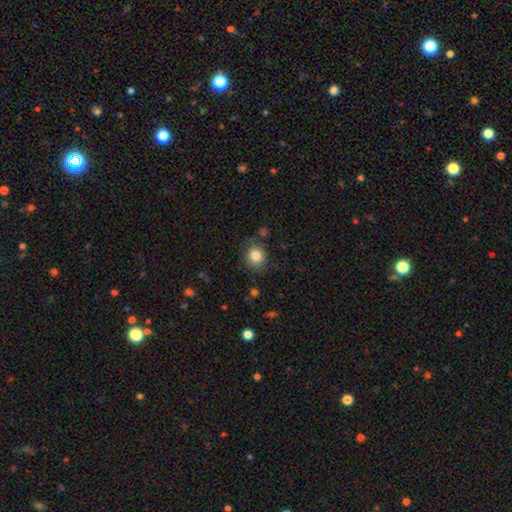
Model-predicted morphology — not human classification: Overall: smooth (83%). How rounded: round (83%). Merging: none (82%).